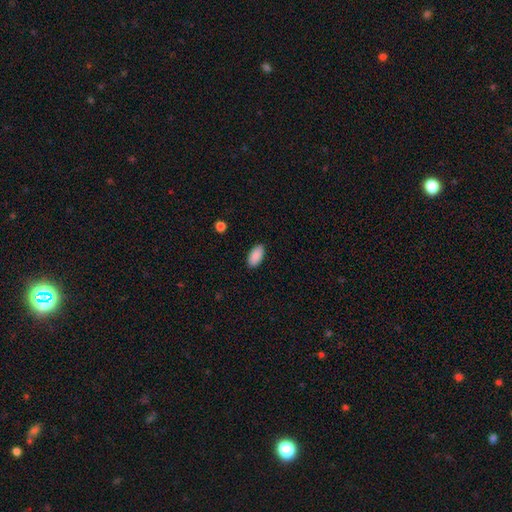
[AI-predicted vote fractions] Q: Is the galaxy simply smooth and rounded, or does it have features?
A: smooth — 90%.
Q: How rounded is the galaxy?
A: in between — 94%.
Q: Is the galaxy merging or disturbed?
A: none — 88%.